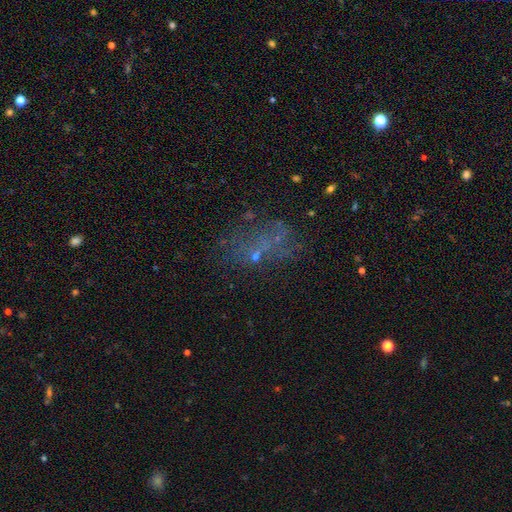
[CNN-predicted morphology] smooth_or_featured: featured or disk (p=0.35) [alt: star or artifact p=0.33]
merging: none (p=0.47) [alt: major disturbance p=0.26]